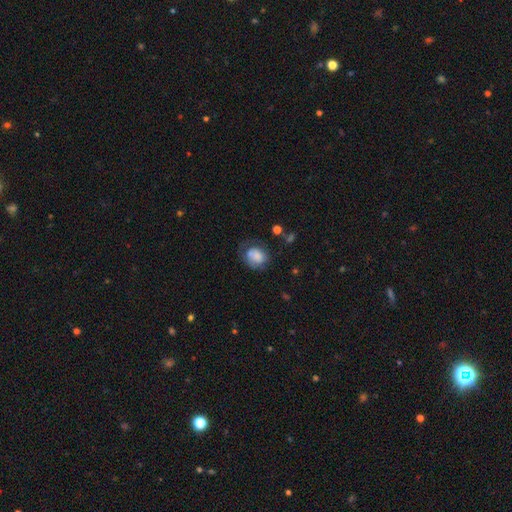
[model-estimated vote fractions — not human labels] Morphology: type=smooth (65%); roundness=round (54%); merging=none (42%).